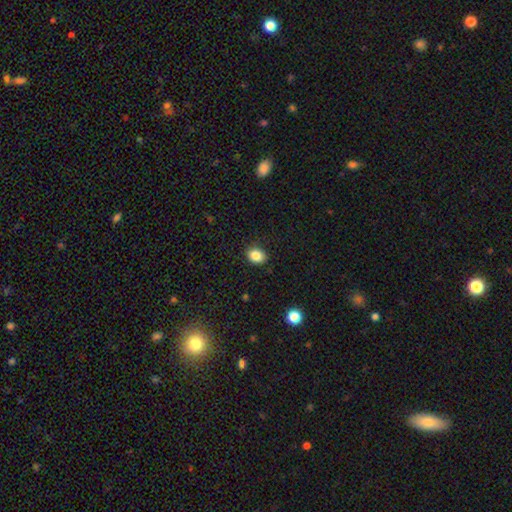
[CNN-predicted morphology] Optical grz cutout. It shows a smooth galaxy with no disk features (85%) that is in between round and cigar-shaped (55%). Merging: none (85%).